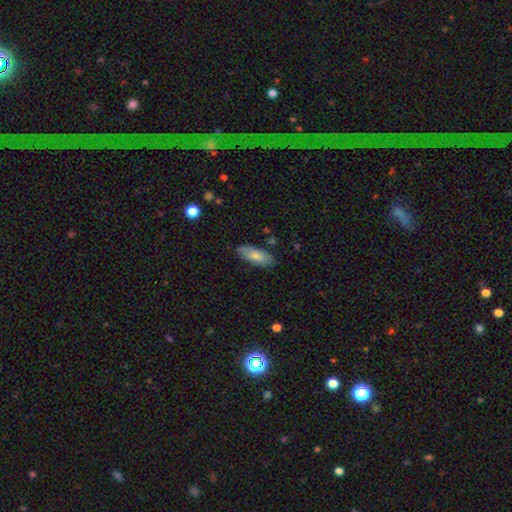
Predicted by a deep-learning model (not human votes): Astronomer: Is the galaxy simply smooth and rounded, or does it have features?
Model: smooth — 79%.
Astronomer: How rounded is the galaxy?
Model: in between — 75%.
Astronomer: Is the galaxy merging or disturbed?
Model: none — 81%.